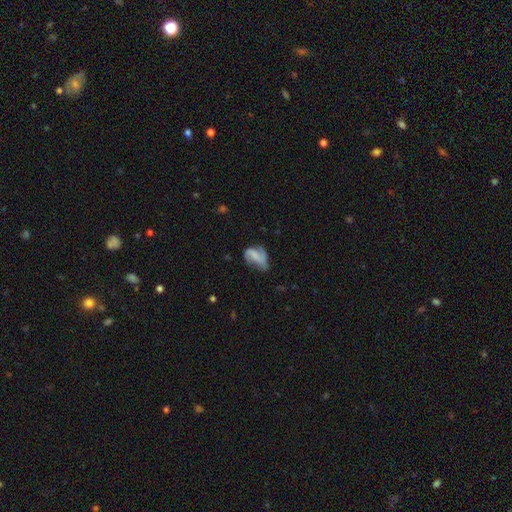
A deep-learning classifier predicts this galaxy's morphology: This is possibly a featured or disk galaxy (56%). It is clearly not viewed edge-on (97%). Bar: possibly no (49%). Spiral arm pattern: likely yes (79%). Central bulge: possibly none (56%). Merging: marginally none (35%).